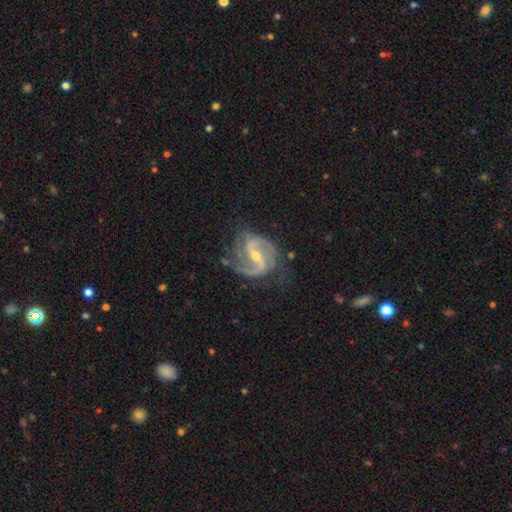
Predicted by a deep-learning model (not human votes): featured or disk 92%, star or artifact 5%, smooth 3%. Down the decision tree: edge-on disk — no (98%); bar — strong (48%); spiral arms — yes (98%); spiral arm count — 2 (88%); spiral winding — medium (53%); bulge size — small (57%); merging — none (67%).